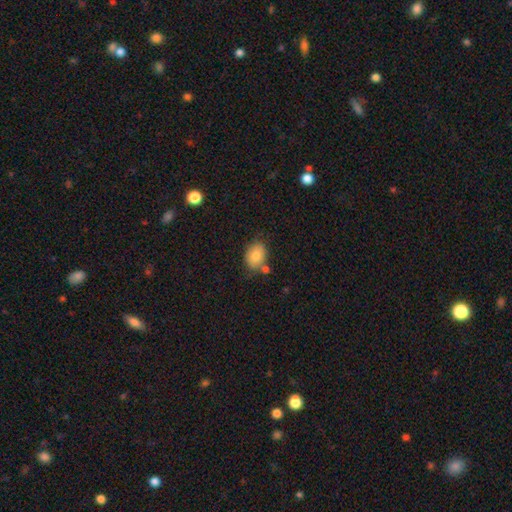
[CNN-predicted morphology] Overall: smooth (81%). How rounded: in between (69%; round 30%). Merging: none (69%).